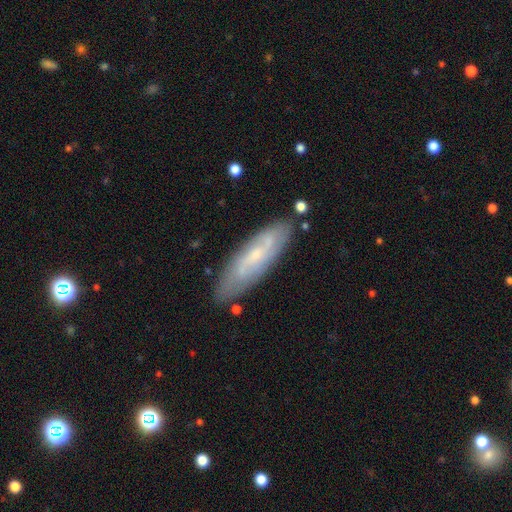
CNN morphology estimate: A featured or disk galaxy (61%). Merging: none (80%).